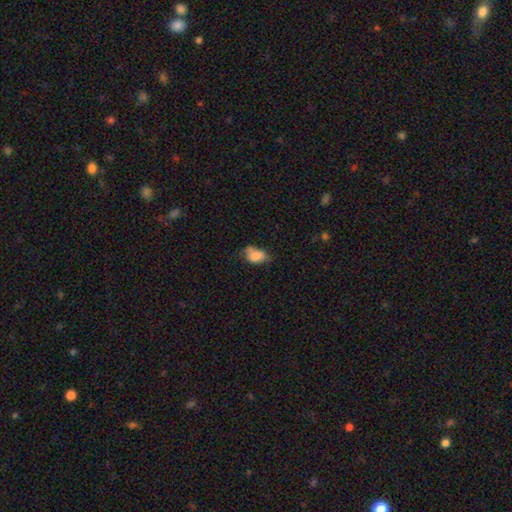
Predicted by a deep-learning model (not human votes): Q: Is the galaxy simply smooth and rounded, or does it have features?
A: smooth — 78%.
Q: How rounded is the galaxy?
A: in between — 86%.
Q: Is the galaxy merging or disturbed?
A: none — 39%.